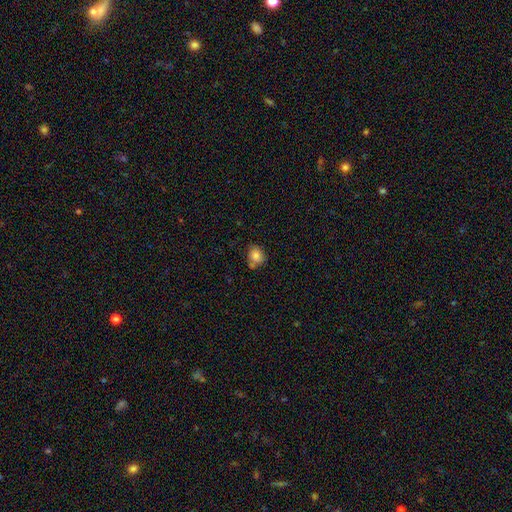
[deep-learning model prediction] Q: Smooth or featured?
A: smooth (82%); runner-up: star or artifact (10%)
Q: How rounded?
A: round (66%); runner-up: in between (33%)
Q: Merging?
A: none (62%); runner-up: minor disturbance (20%)